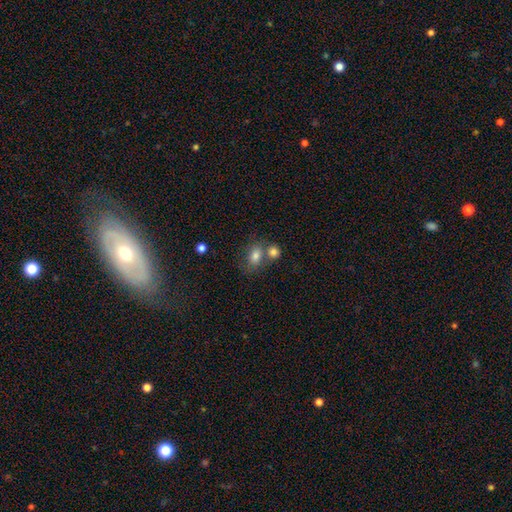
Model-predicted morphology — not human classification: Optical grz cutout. It shows a smooth galaxy with no disk features (78%) that is in between round and cigar-shaped (67%). Merging: none (45%).